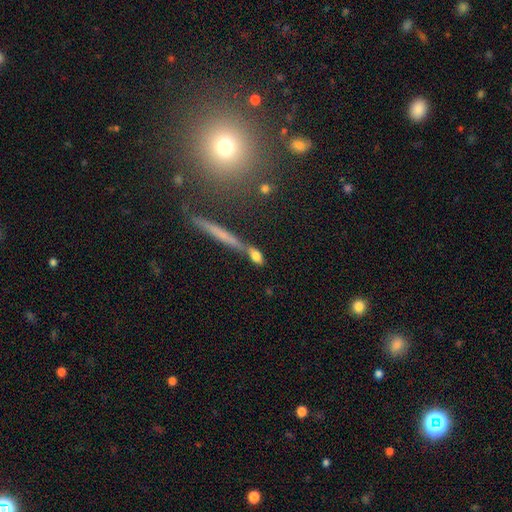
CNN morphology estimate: Q: Smooth or featured?
A: smooth (73%); runner-up: featured or disk (18%)
Q: How rounded?
A: in between (60%); runner-up: cigar-shaped (29%)
Q: Merging?
A: none (47%); runner-up: merger (31%)